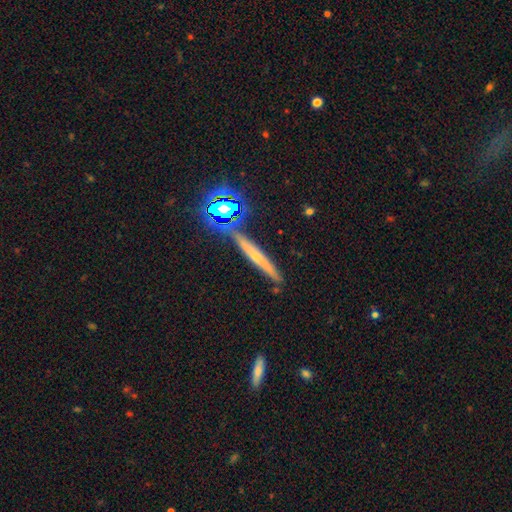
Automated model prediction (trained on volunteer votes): Smooth or featured?
  - featured or disk: 42% *
  - smooth: 39%
  - star or artifact: 19%
Merging?
  - none: 82% *
  - minor disturbance: 10%
  - merger: 5%
  - major disturbance: 3%